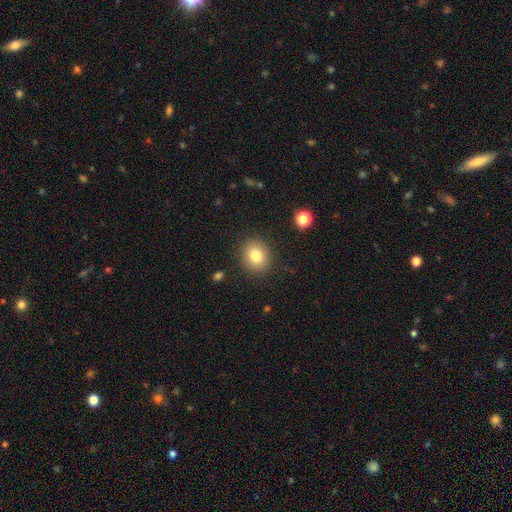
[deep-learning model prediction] Smooth or featured? Predicted: smooth (p=0.80). How rounded? Predicted: round (p=0.71). Merging? Predicted: none (p=0.88).